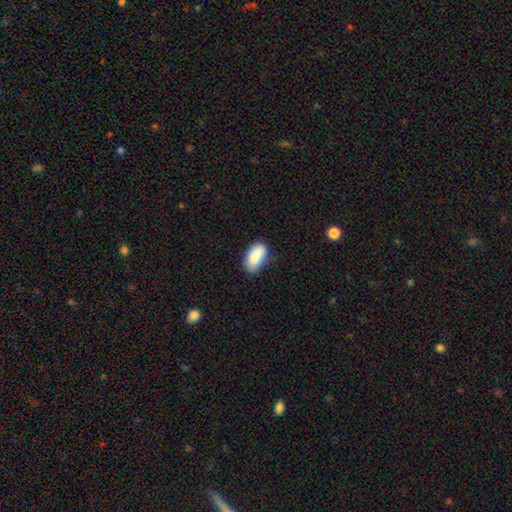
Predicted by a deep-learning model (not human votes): Smooth or featured: smooth — 88% (star or artifact — 7%)
How rounded: in between — 94% (round — 3%)
Merging: none — 71% (minor disturbance — 23%)